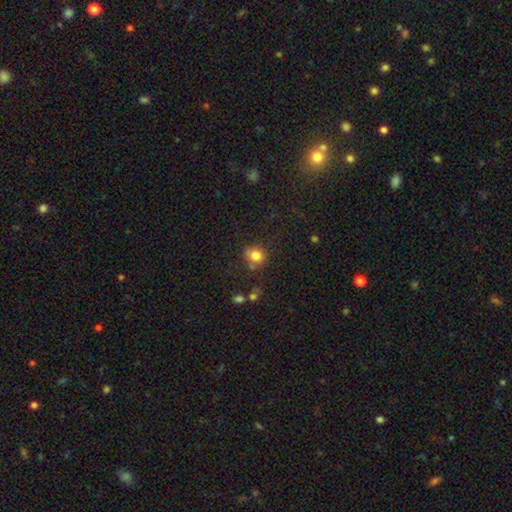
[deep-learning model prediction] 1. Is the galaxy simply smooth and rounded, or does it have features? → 81% smooth, 12% star or artifact, 7% featured or disk.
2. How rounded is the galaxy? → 77% round, 22% in between, 1% cigar-shaped.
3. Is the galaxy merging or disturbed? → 66% none, 20% minor disturbance, 8% merger, 7% major disturbance.